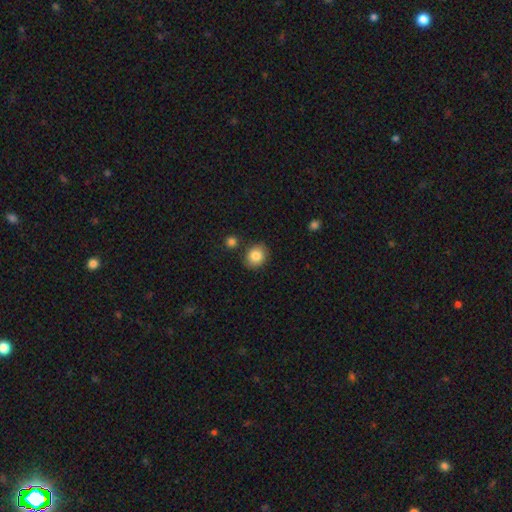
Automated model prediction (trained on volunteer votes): Morphology: type=smooth (85%); roundness=round (64%); merging=none (84%).